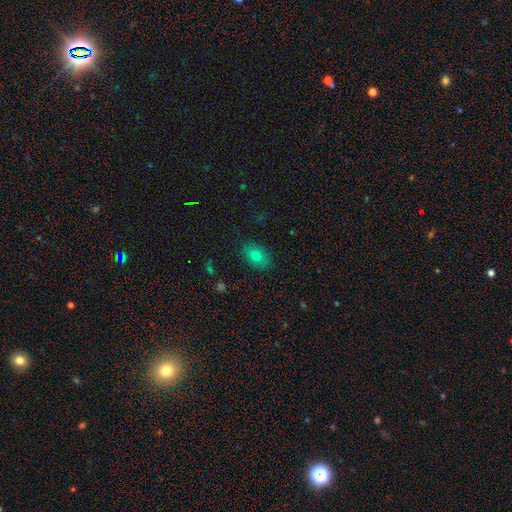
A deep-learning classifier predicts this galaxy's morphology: Smooth or featured: smooth — 76% (featured or disk — 14%)
How rounded: in between — 82% (round — 16%)
Merging: none — 85% (minor disturbance — 11%)